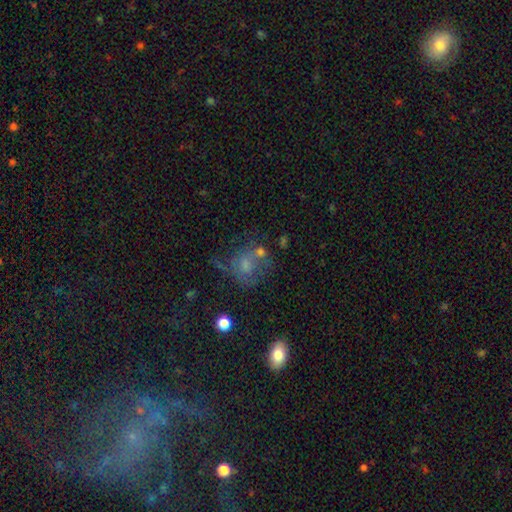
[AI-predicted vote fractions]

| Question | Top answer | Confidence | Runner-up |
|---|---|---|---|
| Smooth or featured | smooth | 43% | featured or disk (40%) |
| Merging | none | 37% | major disturbance (26%) |